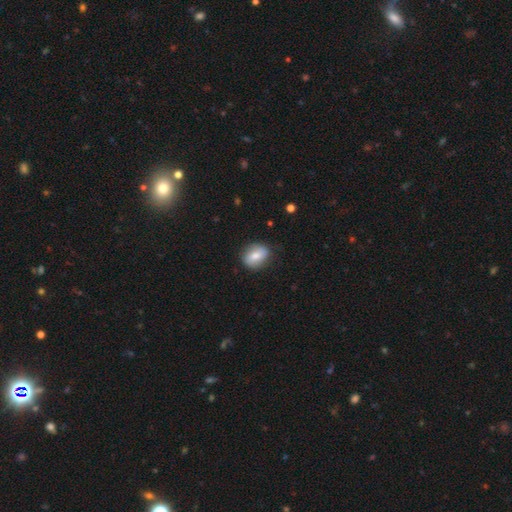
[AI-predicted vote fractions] Smooth or featured? Predicted: smooth (p=0.66). How rounded? Predicted: in between (p=0.54). Merging? Predicted: none (p=0.81).